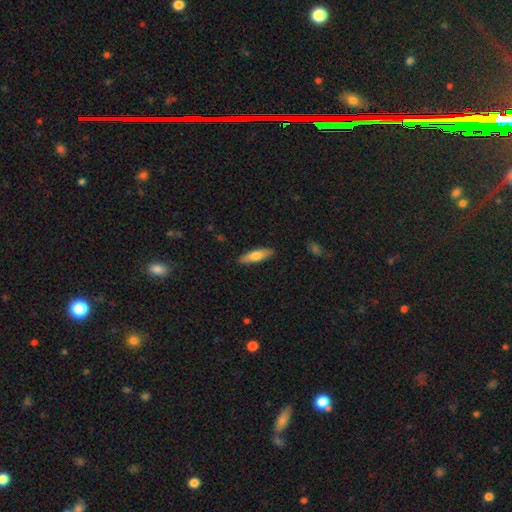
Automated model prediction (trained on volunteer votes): Smooth or featured: smooth — 68% (featured or disk — 26%)
How rounded: cigar-shaped — 59% (in between — 39%)
Merging: none — 90% (minor disturbance — 8%)